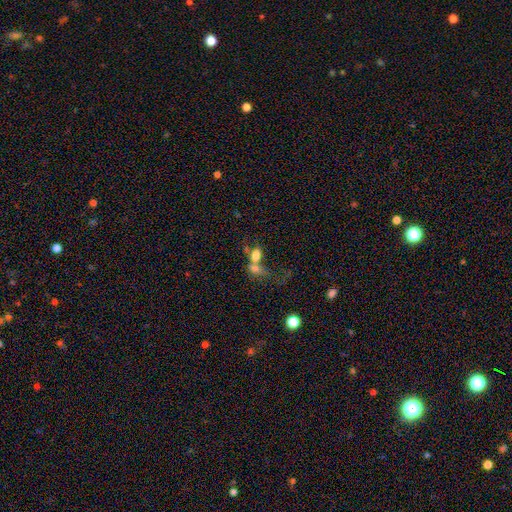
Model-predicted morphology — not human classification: Smooth or featured? smooth (70%)
How rounded? in between (74%)
Merging? merger (66%)